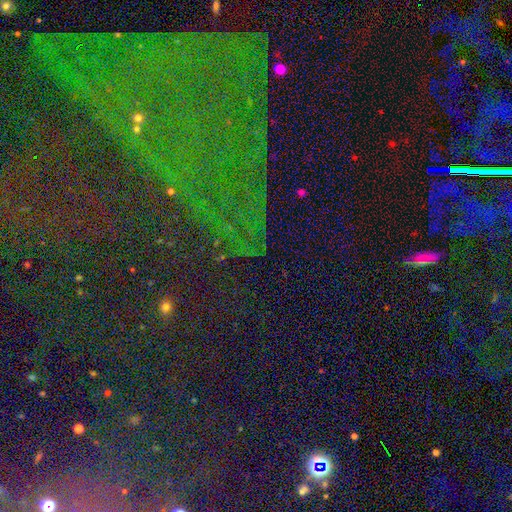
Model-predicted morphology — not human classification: smooth_or_featured: star or artifact (p=0.78) [alt: smooth p=0.13]